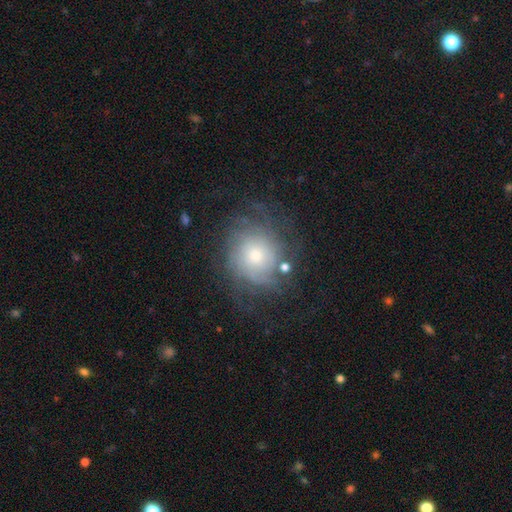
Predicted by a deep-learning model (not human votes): Smooth or featured? featured or disk (62%)
Edge-on disk? no (97%)
Bar? no (82%)
Spiral arms? yes (84%)
Spiral winding? tight (57%)
Spiral arm count? can't tell (51%)
Bulge size? moderate (45%)
Merging? none (64%)